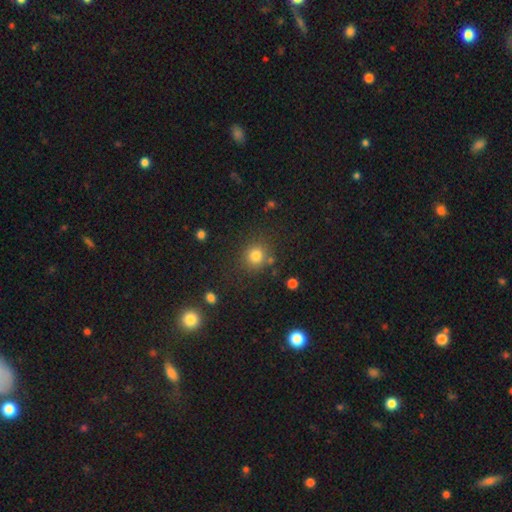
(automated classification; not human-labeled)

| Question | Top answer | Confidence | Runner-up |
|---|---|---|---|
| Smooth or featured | smooth | 81% | star or artifact (13%) |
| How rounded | round | 87% | in between (12%) |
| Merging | none | 80% | minor disturbance (10%) |